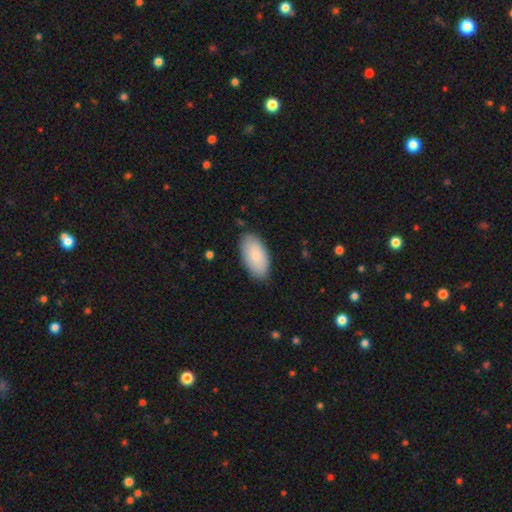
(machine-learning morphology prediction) Smooth or featured: smooth — 85% (featured or disk — 10%)
How rounded: in between — 95% (cigar-shaped — 3%)
Merging: none — 84% (minor disturbance — 12%)